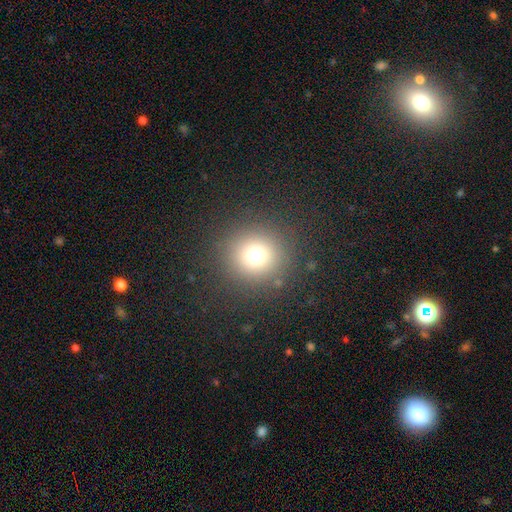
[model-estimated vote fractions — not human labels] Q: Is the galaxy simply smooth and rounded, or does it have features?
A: smooth — 73%.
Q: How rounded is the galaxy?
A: round — 94%.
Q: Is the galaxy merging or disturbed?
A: none — 91%.